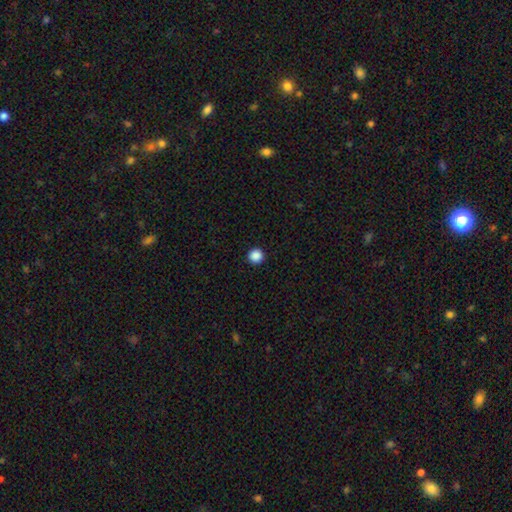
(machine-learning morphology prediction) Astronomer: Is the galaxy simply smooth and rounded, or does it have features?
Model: smooth — 88%.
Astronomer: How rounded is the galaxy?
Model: round — 96%.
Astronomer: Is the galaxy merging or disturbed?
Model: none — 94%.